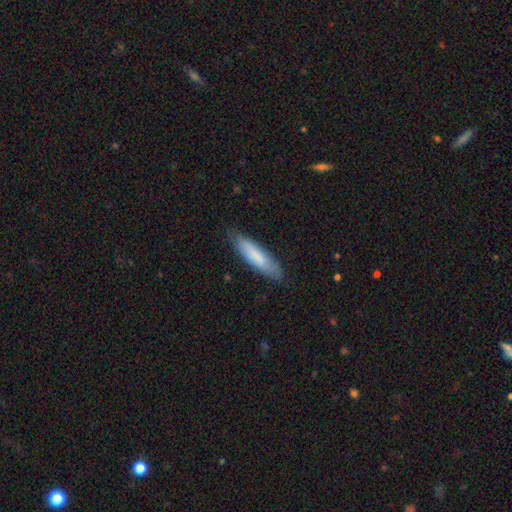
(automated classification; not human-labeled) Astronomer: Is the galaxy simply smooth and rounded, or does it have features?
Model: smooth — 80%.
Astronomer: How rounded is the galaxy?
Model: cigar-shaped — 75%.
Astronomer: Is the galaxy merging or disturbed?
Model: none — 83%.